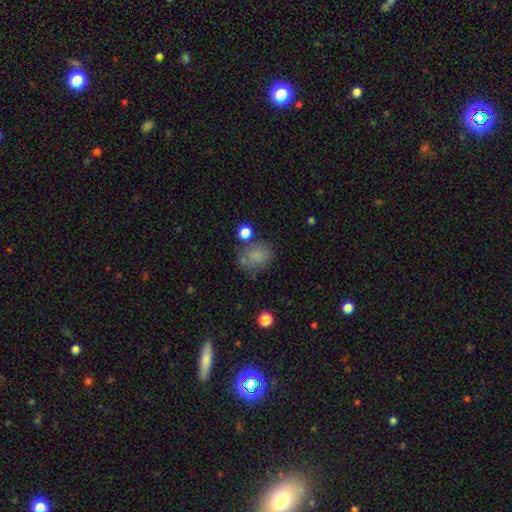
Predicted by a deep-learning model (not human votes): Overall: smooth (75%). How rounded: round (50%; in between 49%). Merging: none (60%; minor disturbance 20%).